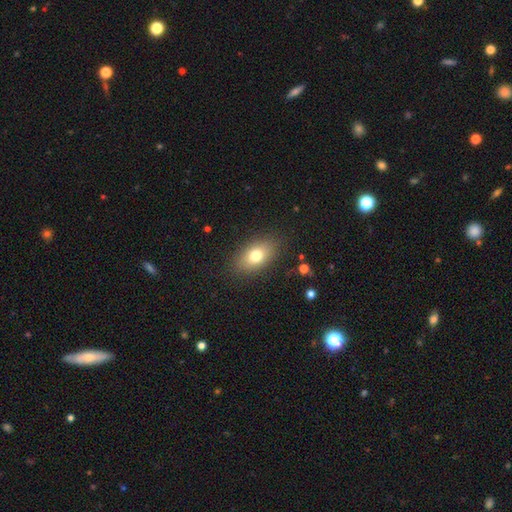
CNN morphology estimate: This is likely a smooth galaxy (76%). How rounded: clearly in between (85%). Merging: clearly none (86%).